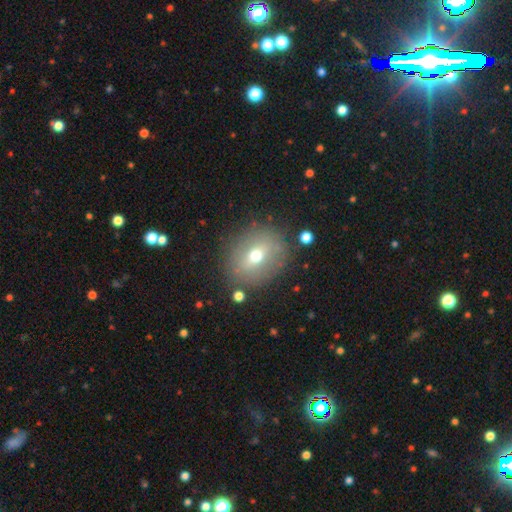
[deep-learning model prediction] The model was most divided on "smooth or featured": smooth: 59%, featured or disk: 29%, star or artifact: 13%. More confident: merging — none (81%); how rounded — round (65%).